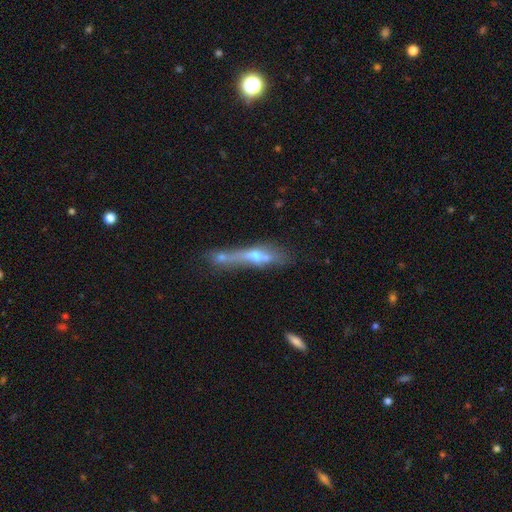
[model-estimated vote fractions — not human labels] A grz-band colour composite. It shows a featured or disk galaxy (49%). Merging: merger (40%).